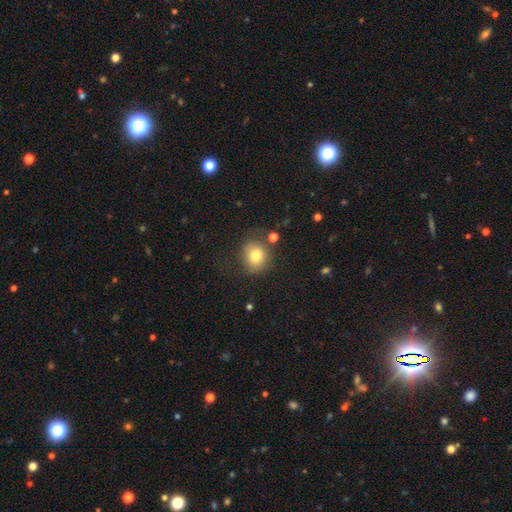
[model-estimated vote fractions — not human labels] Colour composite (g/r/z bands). It shows a smooth galaxy with no disk features (78%) that is round (79%). Merging: none (72%).